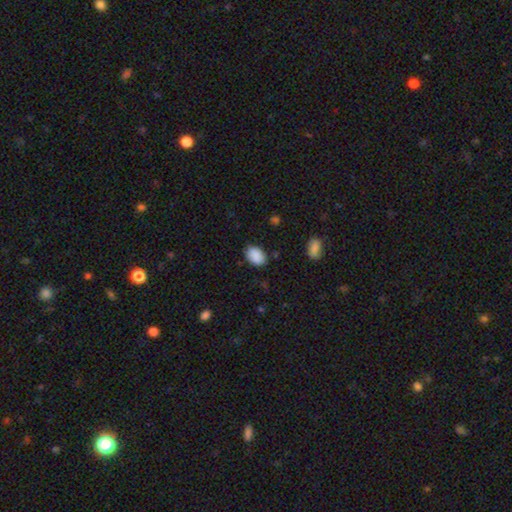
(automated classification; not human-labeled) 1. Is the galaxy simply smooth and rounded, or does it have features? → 89% smooth, 7% star or artifact, 4% featured or disk.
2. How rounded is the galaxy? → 84% in between, 15% round, 1% cigar-shaped.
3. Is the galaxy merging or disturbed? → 82% none, 13% minor disturbance, 3% major disturbance, 2% merger.